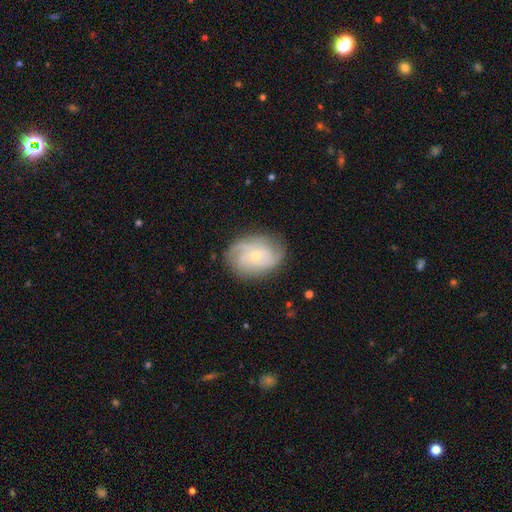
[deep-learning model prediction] Smooth or featured?
  - featured or disk: 74% *
  - smooth: 19%
  - star or artifact: 6%
Edge-on disk?
  - no: 97% *
  - yes: 3%
Bar?
  - no: 74% *
  - weak: 22%
  - strong: 4%
Spiral arms?
  - yes: 92% *
  - no: 8%
Spiral winding?
  - tight: 47% *
  - medium: 38%
  - loose: 14%
Spiral arm count?
  - can't tell: 28% *
  - 2: 27%
  - 3: 27%
  - 4: 8%
  - 1: 5%
  - more than 4: 5%
Bulge size?
  - small: 69% *
  - moderate: 27%
  - large: 1%
  - none: 1%
  - dominant: 1%
Merging?
  - none: 77% *
  - minor disturbance: 16%
  - major disturbance: 6%
  - merger: 1%